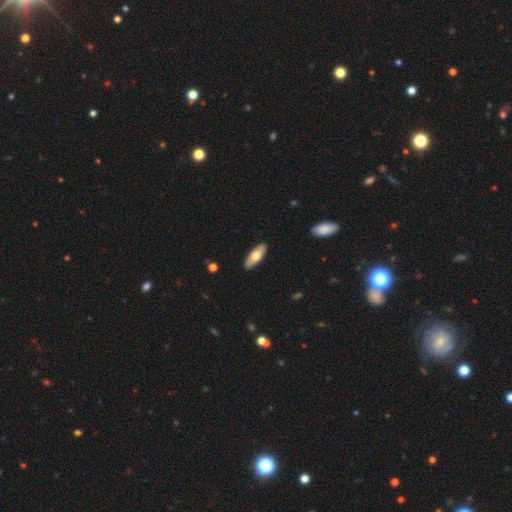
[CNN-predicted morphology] A smooth galaxy with no disk features (64%) that is in between round and cigar-shaped (69%). Merging: none (90%).